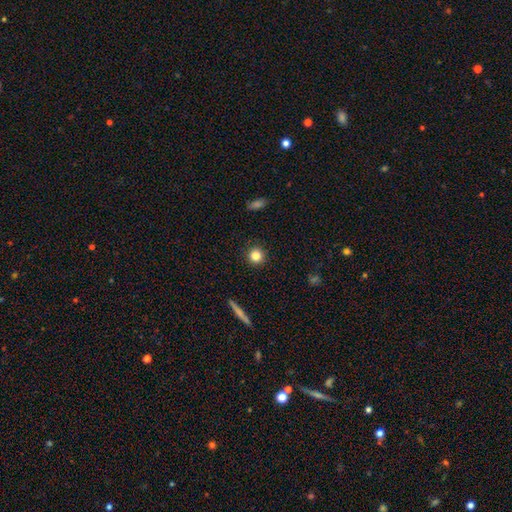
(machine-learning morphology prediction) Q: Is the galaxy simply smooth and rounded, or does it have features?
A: smooth — 83%.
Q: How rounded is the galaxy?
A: round — 94%.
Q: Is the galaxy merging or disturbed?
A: none — 92%.